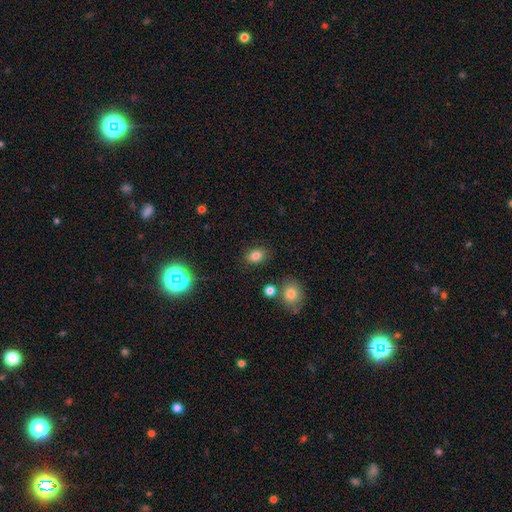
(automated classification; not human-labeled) Smooth or featured?
  - smooth: 81% *
  - star or artifact: 12%
  - featured or disk: 7%
How rounded?
  - in between: 72% *
  - round: 27%
  - cigar-shaped: 1%
Merging?
  - none: 82% *
  - minor disturbance: 11%
  - merger: 4%
  - major disturbance: 3%